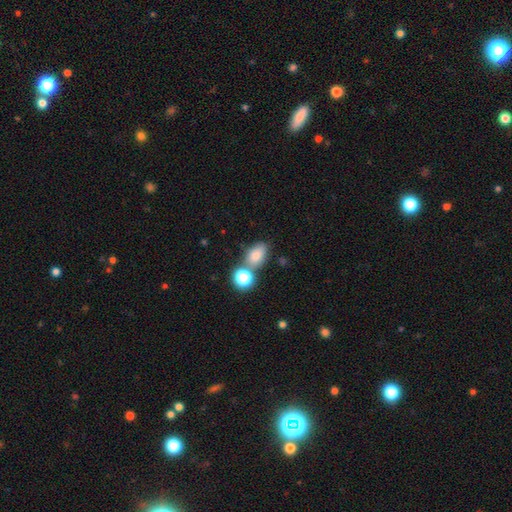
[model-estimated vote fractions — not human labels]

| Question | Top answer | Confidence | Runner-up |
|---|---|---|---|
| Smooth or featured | smooth | 76% | star or artifact (14%) |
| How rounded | in between | 76% | round (22%) |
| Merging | none | 59% | merger (23%) |